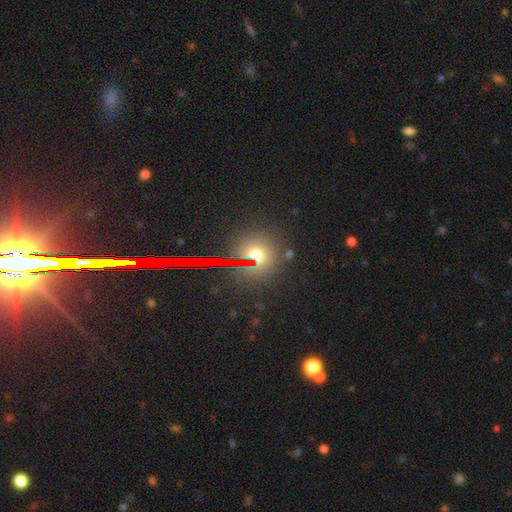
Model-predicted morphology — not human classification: smooth 58%, star or artifact 34%, featured or disk 9%. Down the decision tree: how rounded — round (85%); merging — none (81%).